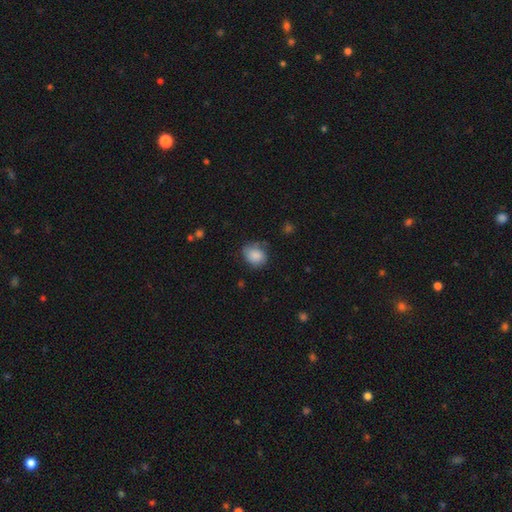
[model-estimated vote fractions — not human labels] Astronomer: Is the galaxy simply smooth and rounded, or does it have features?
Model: smooth — 82%.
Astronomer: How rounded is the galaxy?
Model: round — 52% (runner-up: in between, 47%).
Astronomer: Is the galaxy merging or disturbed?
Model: none — 59%.